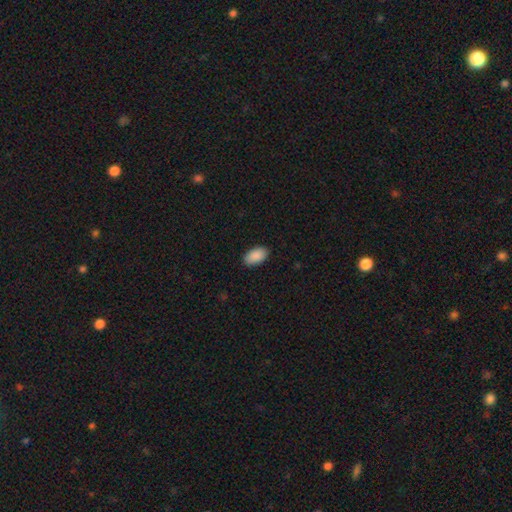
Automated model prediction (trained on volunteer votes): Q: Smooth or featured?
A: smooth (91%); runner-up: star or artifact (6%)
Q: How rounded?
A: in between (95%); runner-up: round (3%)
Q: Merging?
A: none (88%); runner-up: minor disturbance (9%)